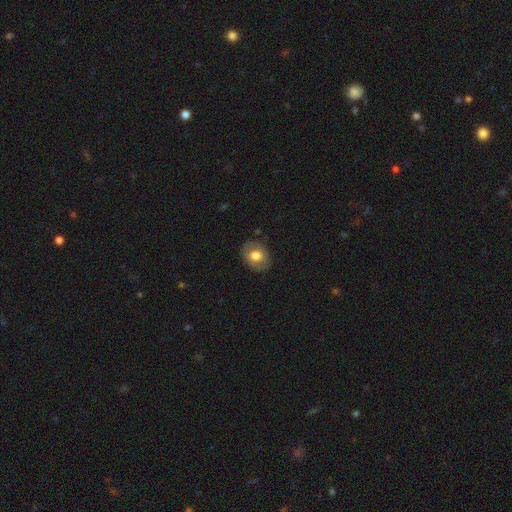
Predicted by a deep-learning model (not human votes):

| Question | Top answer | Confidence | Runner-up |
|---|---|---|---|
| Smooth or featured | smooth | 68% | featured or disk (25%) |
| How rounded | in between | 59% | round (40%) |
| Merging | none | 82% | minor disturbance (13%) |